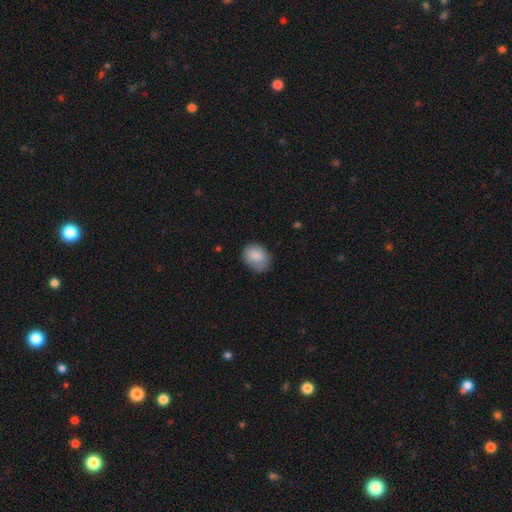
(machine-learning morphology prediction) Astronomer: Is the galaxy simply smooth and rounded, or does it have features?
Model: smooth — 86%.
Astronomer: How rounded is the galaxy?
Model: in between — 61% (runner-up: round, 39%).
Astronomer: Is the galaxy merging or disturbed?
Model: none — 69%.